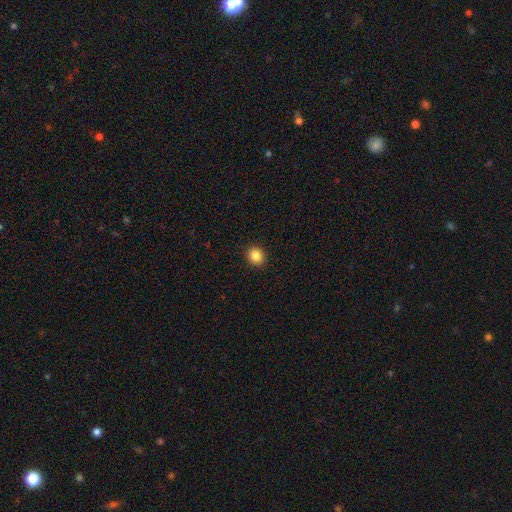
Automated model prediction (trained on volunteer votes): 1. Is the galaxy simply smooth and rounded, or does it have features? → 86% smooth, 10% star or artifact, 4% featured or disk.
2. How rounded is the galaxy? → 76% round, 23% in between, 1% cigar-shaped.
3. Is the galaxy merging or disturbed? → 92% none, 5% minor disturbance, 2% major disturbance, 1% merger.